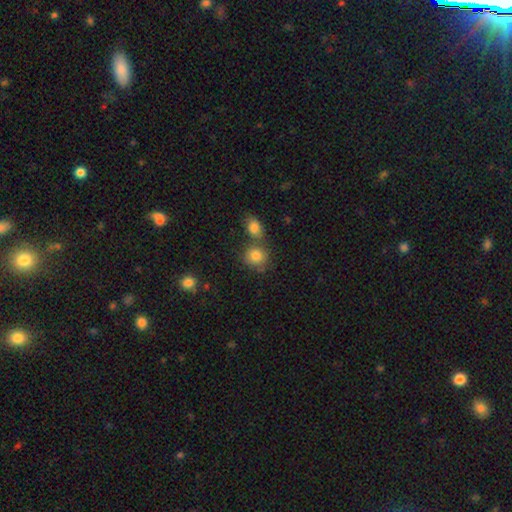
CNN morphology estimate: Overall: smooth (82%). How rounded: round (82%). Merging: none (60%; merger 27%).